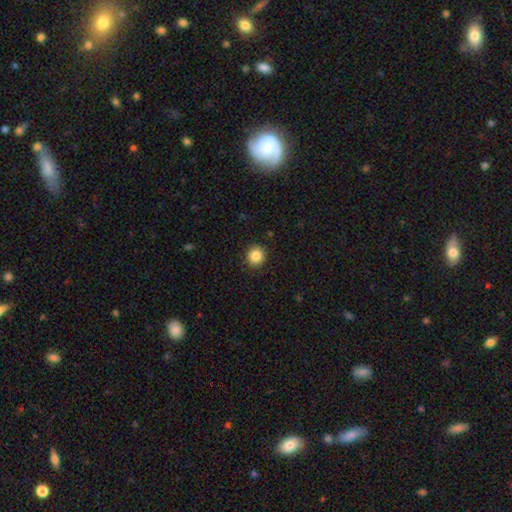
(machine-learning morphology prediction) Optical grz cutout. It shows a smooth galaxy with no disk features (86%) that is round (91%). Merging: none (90%).